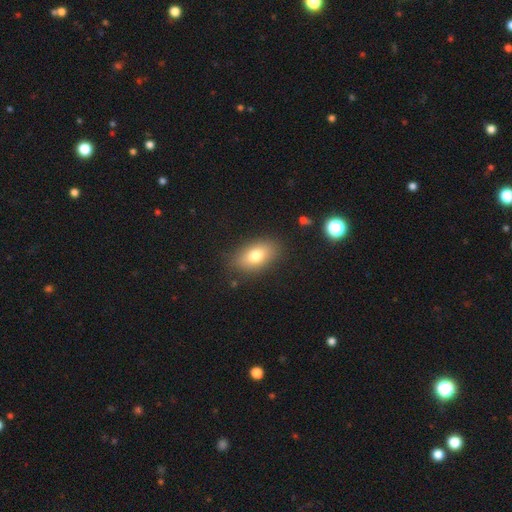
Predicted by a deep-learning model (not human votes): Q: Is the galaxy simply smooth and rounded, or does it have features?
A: smooth — 77%.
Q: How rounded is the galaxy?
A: in between — 89%.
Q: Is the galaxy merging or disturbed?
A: none — 84%.